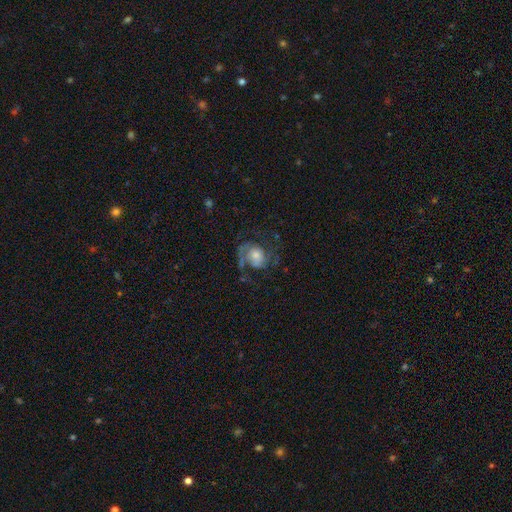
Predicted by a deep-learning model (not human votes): featured or disk 68%, smooth 24%, star or artifact 8%. Down the decision tree: edge-on disk — no (97%); bar — no (72%); spiral arms — yes (85%); spiral arm count — 2 (57%); spiral winding — medium (46%); bulge size — moderate (43%); merging — none (48%).